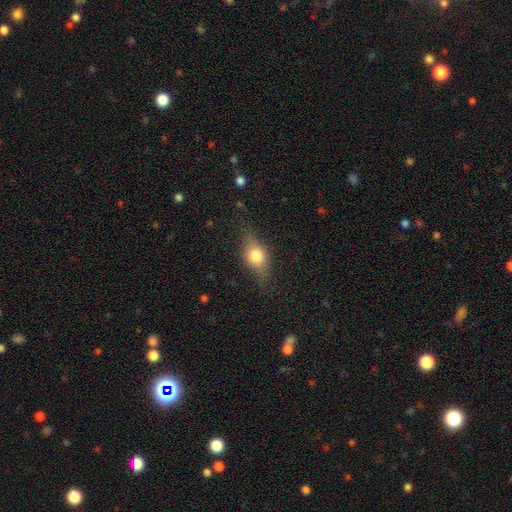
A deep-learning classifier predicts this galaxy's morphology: Overall: smooth (57%; featured or disk 33%). How rounded: in between (61%; round 27%). Merging: none (72%).